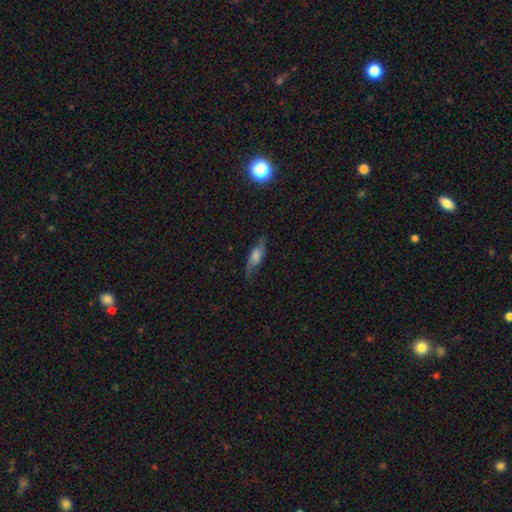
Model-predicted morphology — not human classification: A smooth galaxy with no disk features (52%) that is in between round and cigar-shaped (59%).

Vote fractions:
- Smooth or featured? smooth: 52% / featured or disk: 39% / star or artifact: 9%
- How rounded? in between: 59% / cigar-shaped: 37% / round: 4%
- Merging? none: 69% / minor disturbance: 22% / major disturbance: 8% / merger: 2%